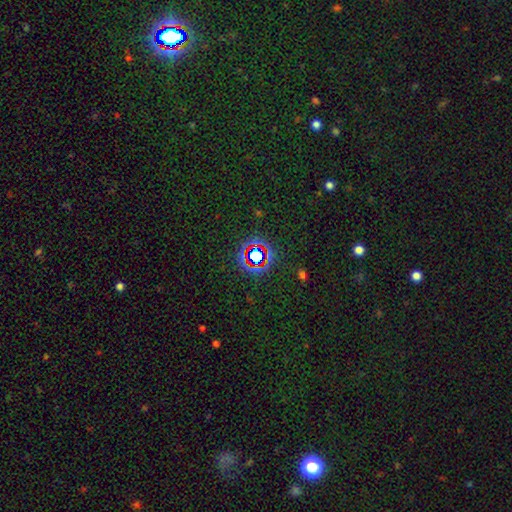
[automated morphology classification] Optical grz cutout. It shows a star or artifact, not a galaxy (73%).